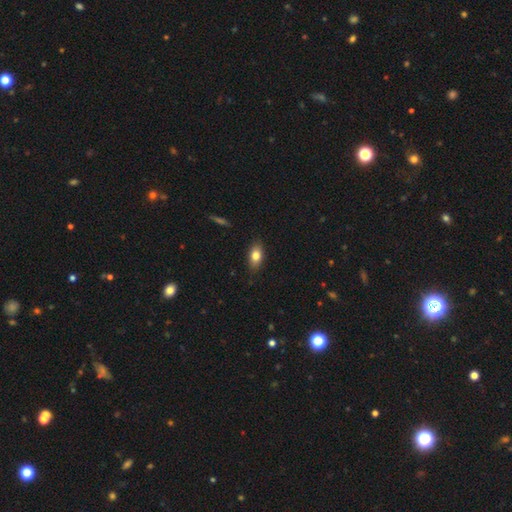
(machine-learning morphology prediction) A smooth galaxy with no disk features (80%) that is in between round and cigar-shaped (86%).

Vote fractions:
- Smooth or featured? smooth: 80% / featured or disk: 12% / star or artifact: 8%
- How rounded? in between: 86% / round: 8% / cigar-shaped: 6%
- Merging? none: 86% / minor disturbance: 11% / major disturbance: 2% / merger: 1%